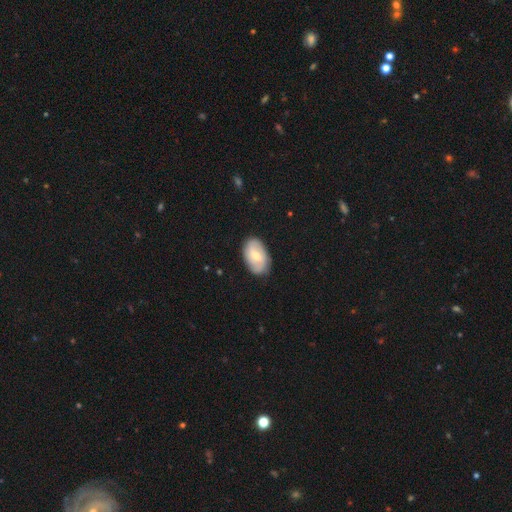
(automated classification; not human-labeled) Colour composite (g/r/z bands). It shows a smooth galaxy with no disk features (48%). Merging: none (83%).